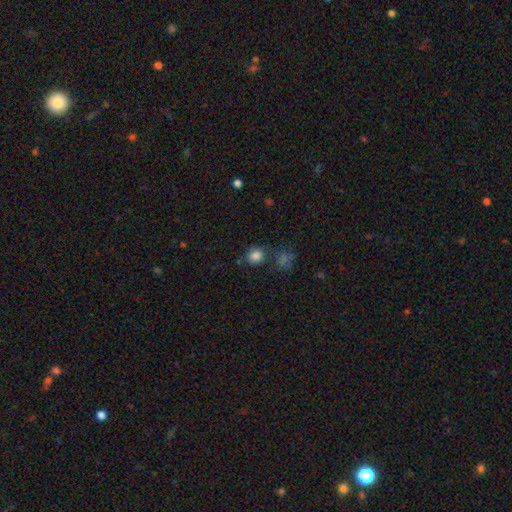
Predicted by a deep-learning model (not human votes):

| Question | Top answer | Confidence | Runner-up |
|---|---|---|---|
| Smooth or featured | smooth | 81% | star or artifact (14%) |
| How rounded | round | 73% | in between (26%) |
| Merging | none | 67% | minor disturbance (15%) |